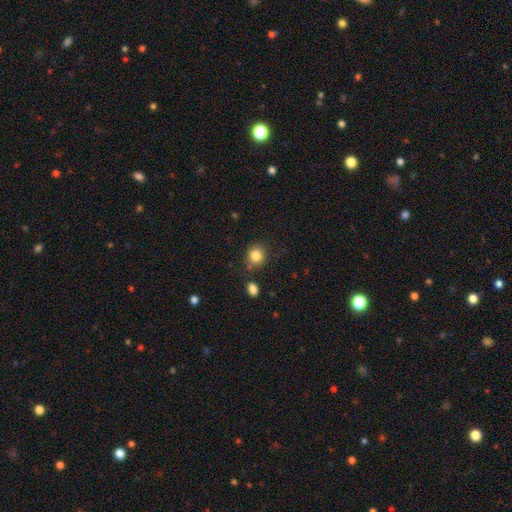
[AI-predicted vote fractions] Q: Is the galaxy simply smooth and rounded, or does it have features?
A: smooth — 84%.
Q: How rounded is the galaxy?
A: round — 85%.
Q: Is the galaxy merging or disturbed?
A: none — 78%.